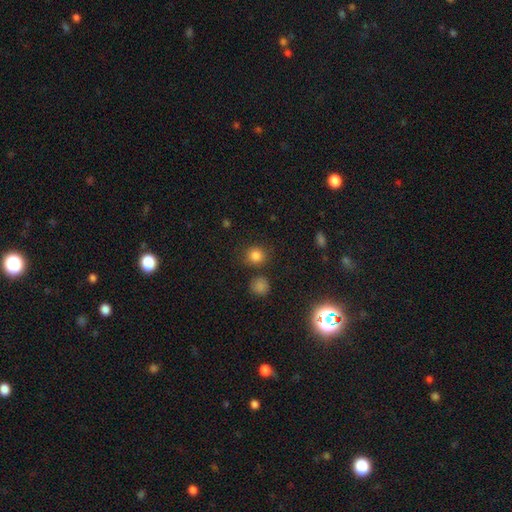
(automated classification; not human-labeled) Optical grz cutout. It shows a smooth galaxy with no disk features (82%) that is round (85%). Merging: none (81%).